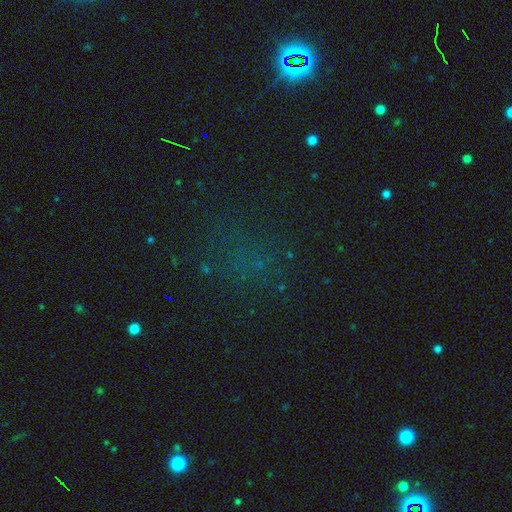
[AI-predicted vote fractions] Smooth or featured? Predicted: star or artifact (p=0.59).